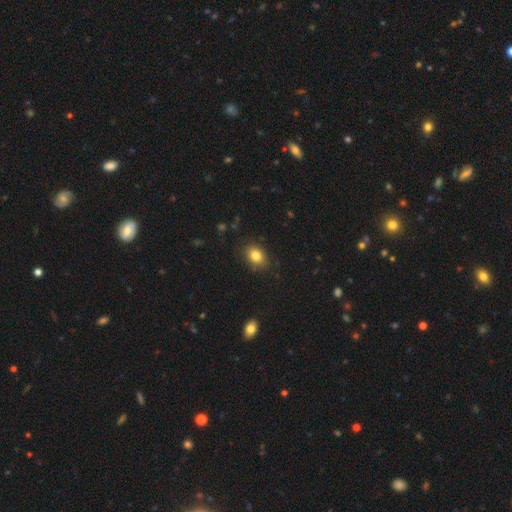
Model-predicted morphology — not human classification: Q: Smooth or featured?
A: smooth (82%); runner-up: star or artifact (10%)
Q: How rounded?
A: in between (69%); runner-up: round (30%)
Q: Merging?
A: none (84%); runner-up: minor disturbance (12%)